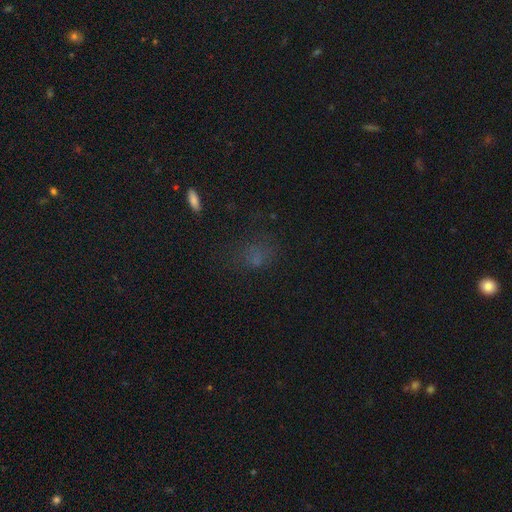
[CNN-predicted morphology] This is possibly a smooth galaxy (55%). How rounded: possibly in between (53%). Merging: likely none (60%).